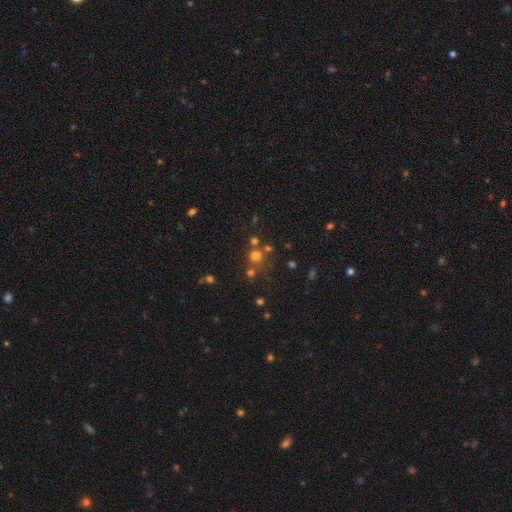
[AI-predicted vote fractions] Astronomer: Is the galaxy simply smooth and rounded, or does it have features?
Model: smooth — 65%.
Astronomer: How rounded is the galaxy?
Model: round — 91%.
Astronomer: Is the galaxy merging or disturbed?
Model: none — 67%.